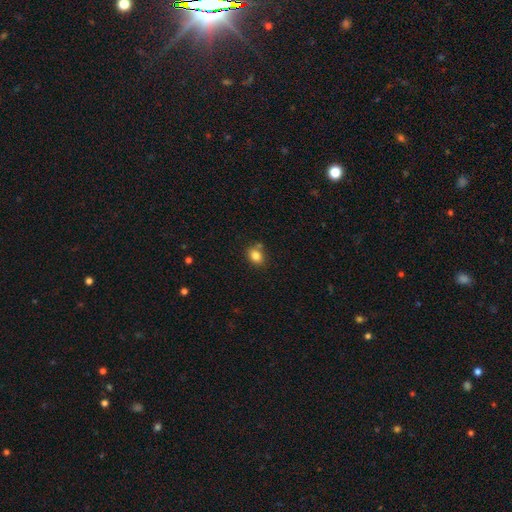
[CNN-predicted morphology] Smooth or featured: smooth — 83% (star or artifact — 10%)
How rounded: in between — 60% (round — 39%)
Merging: none — 73% (minor disturbance — 14%)